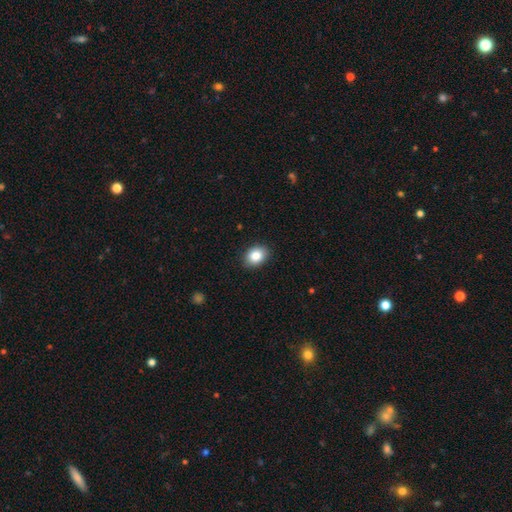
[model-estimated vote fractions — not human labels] Smooth or featured? Predicted: smooth (p=0.86). How rounded? Predicted: in between (p=0.67). Merging? Predicted: none (p=0.89).